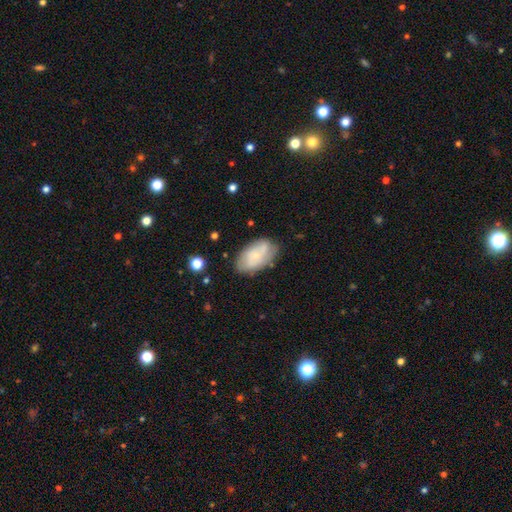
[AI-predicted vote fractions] Smooth or featured?
  - smooth: 55% *
  - featured or disk: 38%
  - star or artifact: 7%
How rounded?
  - in between: 92% *
  - round: 6%
  - cigar-shaped: 2%
Merging?
  - none: 68% *
  - minor disturbance: 22%
  - major disturbance: 6%
  - merger: 4%